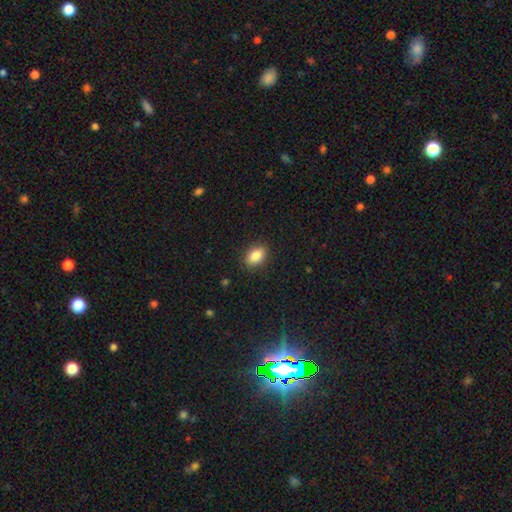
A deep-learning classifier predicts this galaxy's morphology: Smooth or featured: smooth — 86% (star or artifact — 8%)
How rounded: in between — 86% (round — 12%)
Merging: none — 87% (minor disturbance — 9%)